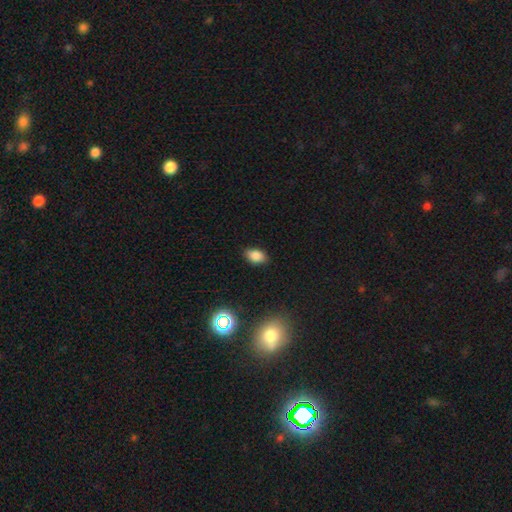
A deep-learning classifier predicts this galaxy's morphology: Smooth or featured? smooth (82%)
How rounded? in between (85%)
Merging? none (86%)